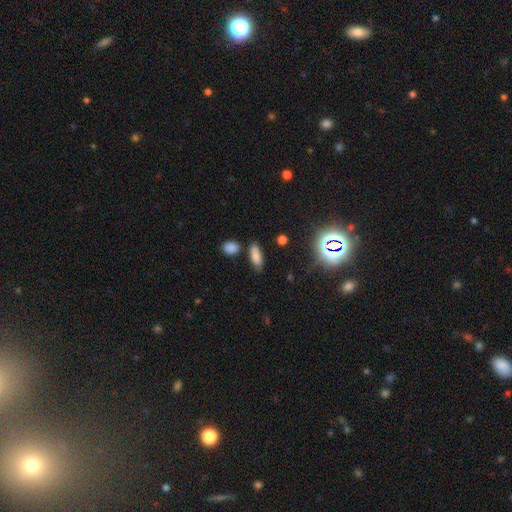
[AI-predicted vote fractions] A smooth galaxy with no disk features (78%) that is in between round and cigar-shaped (70%).

Vote fractions:
- Smooth or featured? smooth: 78% / star or artifact: 13% / featured or disk: 9%
- How rounded? in between: 70% / cigar-shaped: 26% / round: 5%
- Merging? none: 70% / minor disturbance: 16% / merger: 10% / major disturbance: 4%